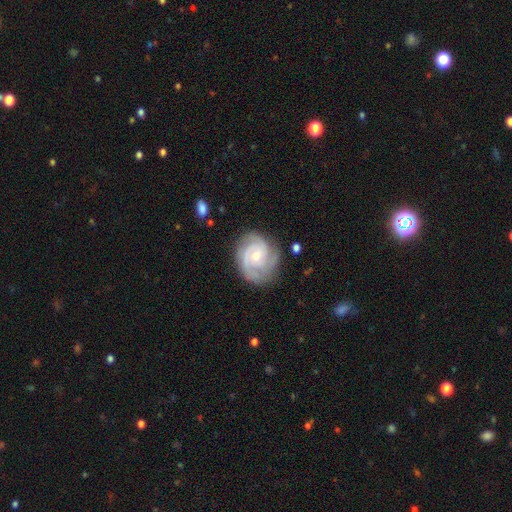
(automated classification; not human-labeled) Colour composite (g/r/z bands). It shows a featured or disk galaxy (85%) with no bar (66%), 3 (46%) tight (59%) spiral arms (97%) and a small central bulge (52%). Merging: none (74%).